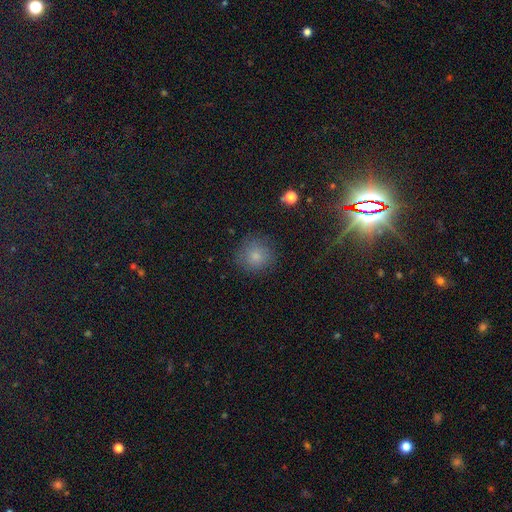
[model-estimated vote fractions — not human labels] A smooth galaxy with no disk features (81%) that is round (91%).

Vote fractions:
- Smooth or featured? smooth: 81% / star or artifact: 12% / featured or disk: 7%
- How rounded? round: 91% / in between: 8% / cigar-shaped: 1%
- Merging? none: 84% / minor disturbance: 11% / major disturbance: 4% / merger: 1%